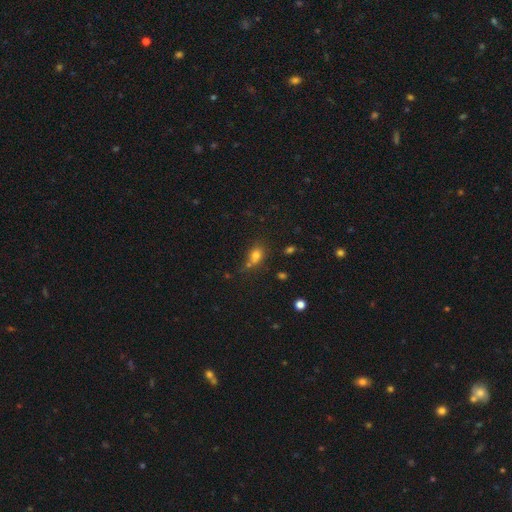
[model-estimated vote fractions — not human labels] Smooth or featured? Predicted: smooth (p=0.76). How rounded? Predicted: in between (p=0.67). Merging? Predicted: none (p=0.49).